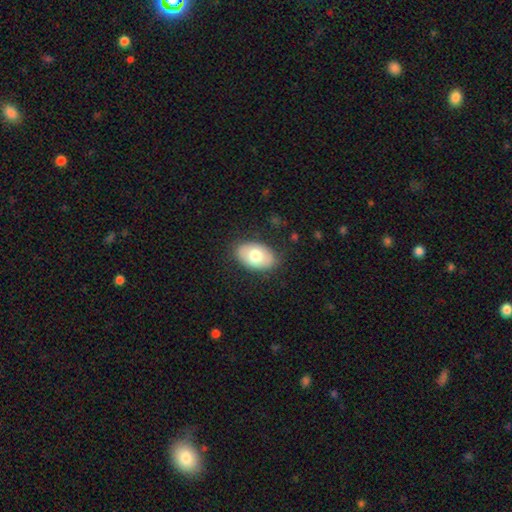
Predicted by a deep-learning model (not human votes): A smooth galaxy with no disk features (71%) that is in between round and cigar-shaped (90%). Merging: none (85%).